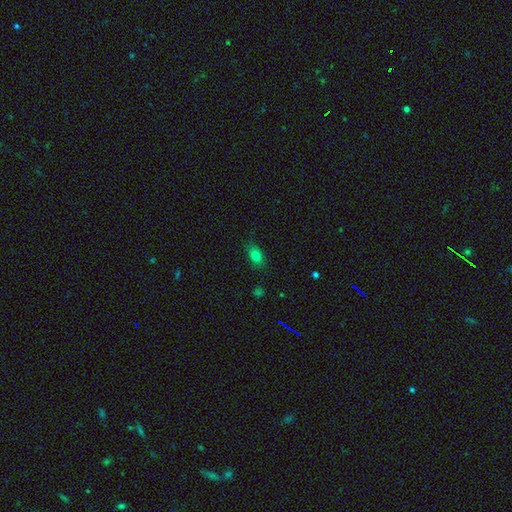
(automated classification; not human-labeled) Smooth or featured? Predicted: smooth (p=0.76). How rounded? Predicted: in between (p=0.77). Merging? Predicted: none (p=0.82).